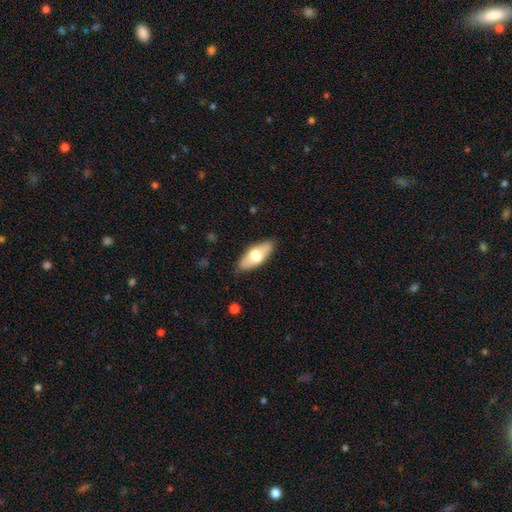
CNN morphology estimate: smooth-or-featured: smooth: 62% | featured or disk: 33% | star or artifact: 6%
  how-rounded: in between: 77% | cigar-shaped: 20% | round: 2%
  merging: none: 85% | minor disturbance: 11% | major disturbance: 2% | merger: 1%